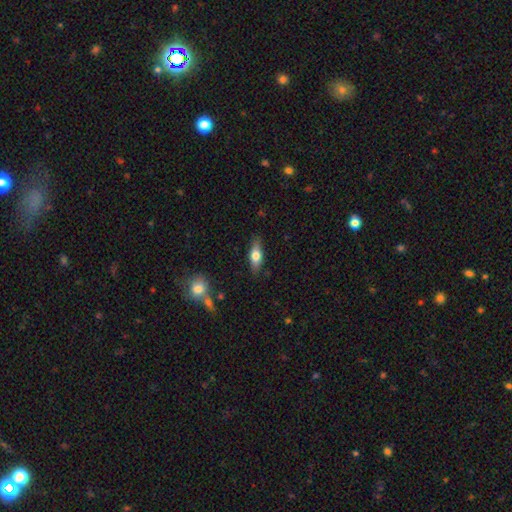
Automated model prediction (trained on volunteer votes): This is possibly a smooth galaxy (57%). How rounded: likely in between (61%). Merging: clearly none (84%).